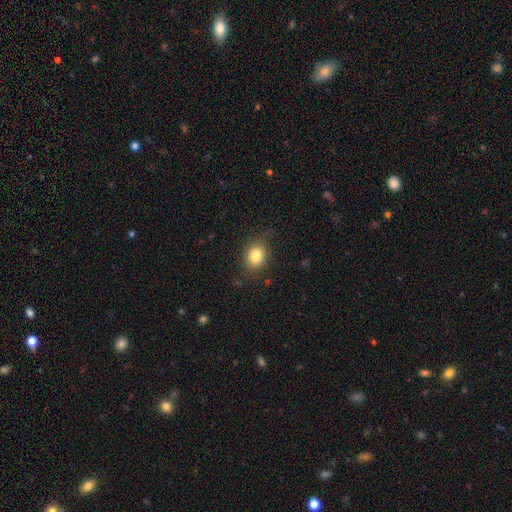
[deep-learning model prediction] A smooth galaxy with no disk features (82%) that is round (52%).

Vote fractions:
- Smooth or featured? smooth: 82% / star or artifact: 10% / featured or disk: 8%
- How rounded? round: 52% / in between: 47% / cigar-shaped: 1%
- Merging? none: 79% / minor disturbance: 15% / major disturbance: 5% / merger: 1%